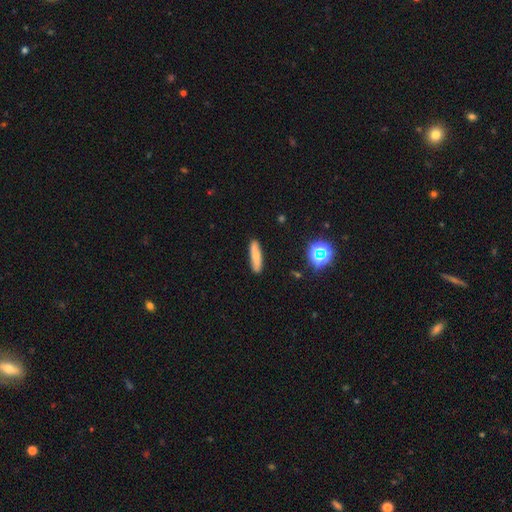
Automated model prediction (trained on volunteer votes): This appears to be a smooth galaxy with no disk features (70%) that is cigar-shaped (80%). Merging: none (87%).